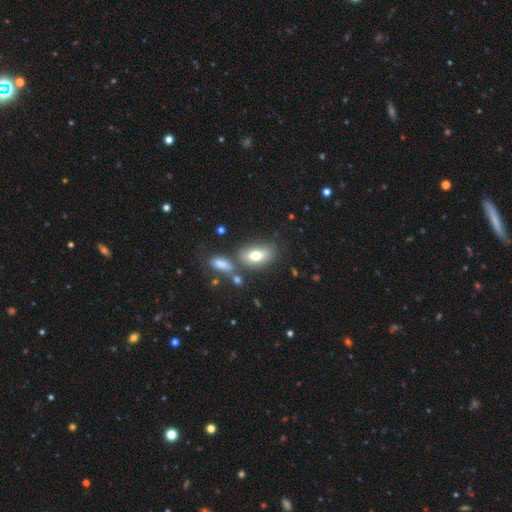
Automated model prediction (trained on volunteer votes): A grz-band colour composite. It shows a smooth galaxy with no disk features (72%) that is in between round and cigar-shaped (86%). Merging: none (59%).